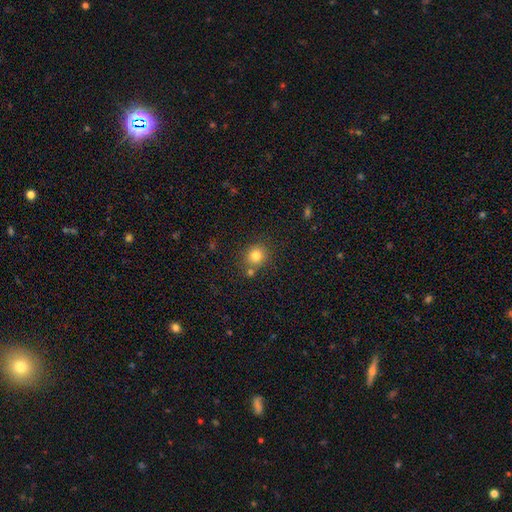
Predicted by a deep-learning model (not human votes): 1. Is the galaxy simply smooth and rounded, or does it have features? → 81% smooth, 12% star or artifact, 7% featured or disk.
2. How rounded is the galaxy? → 82% round, 17% in between, 1% cigar-shaped.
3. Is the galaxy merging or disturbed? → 73% none, 14% merger, 10% minor disturbance, 3% major disturbance.